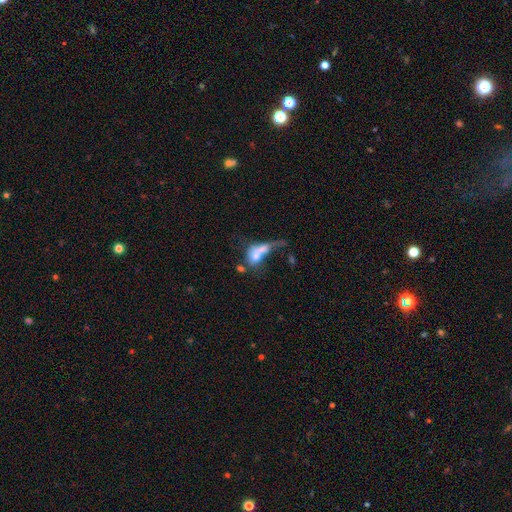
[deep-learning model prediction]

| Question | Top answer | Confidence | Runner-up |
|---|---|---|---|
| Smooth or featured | smooth | 56% | featured or disk (33%) |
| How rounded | in between | 58% | round (33%) |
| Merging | merger | 60% | major disturbance (22%) |